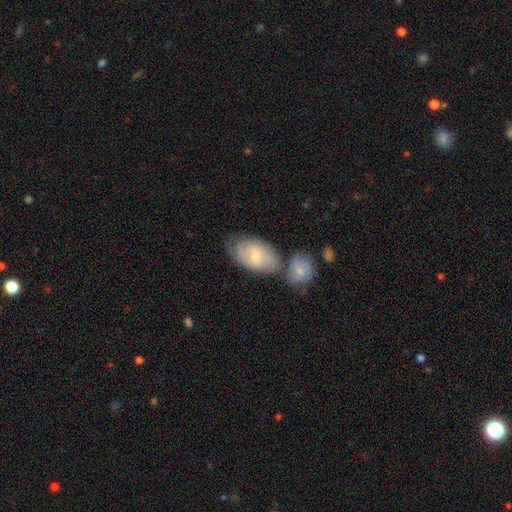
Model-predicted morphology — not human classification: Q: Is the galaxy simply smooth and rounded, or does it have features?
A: smooth — 56%.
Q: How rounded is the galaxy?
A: in between — 89%.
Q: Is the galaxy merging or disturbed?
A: none — 45%.